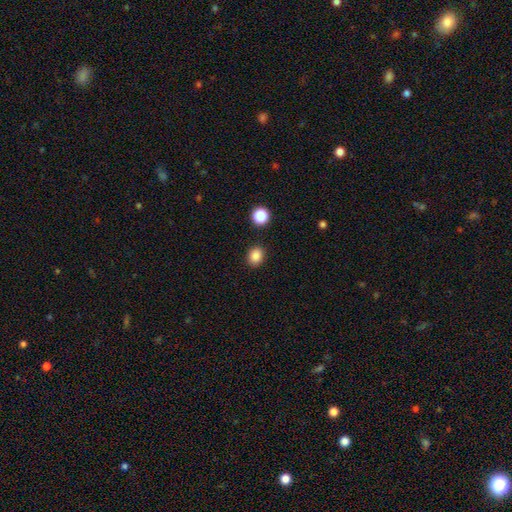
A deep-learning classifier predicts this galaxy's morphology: type=smooth (86%); roundness=round (61%); merging=none (88%).